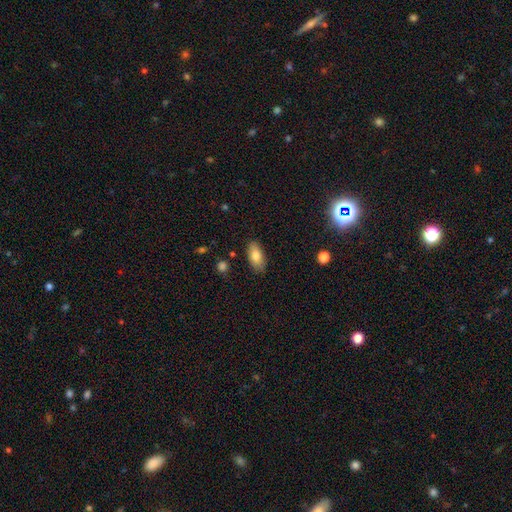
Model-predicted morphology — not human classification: smooth-or-featured: smooth: 79% | featured or disk: 14% | star or artifact: 7%
  how-rounded: in between: 90% | cigar-shaped: 7% | round: 3%
  merging: none: 86% | minor disturbance: 11% | major disturbance: 2% | merger: 1%